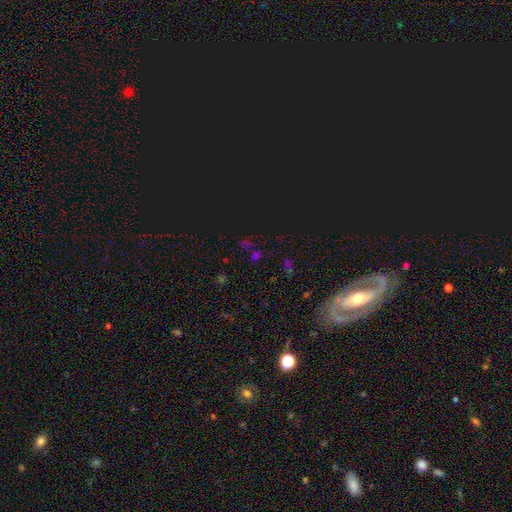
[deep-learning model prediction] The model was most divided on "smooth or featured": star or artifact: 64%, smooth: 29%, featured or disk: 7%.